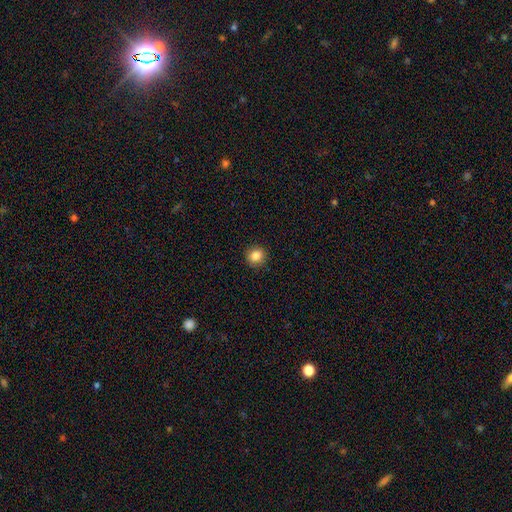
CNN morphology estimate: A smooth galaxy with no disk features (85%) that is round (88%). Merging: none (91%).